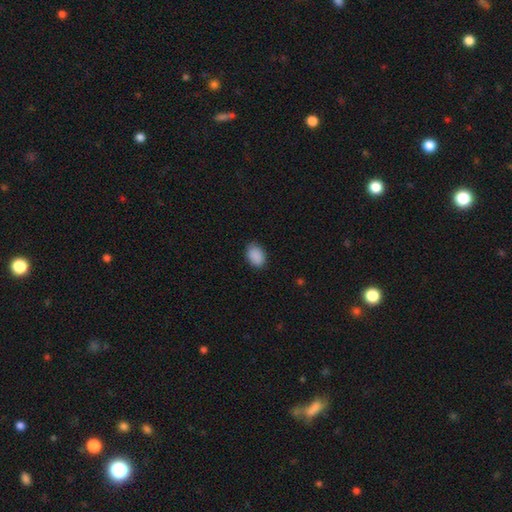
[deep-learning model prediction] smooth-or-featured: smooth: 89% | star or artifact: 8% | featured or disk: 3%
  how-rounded: in between: 84% | round: 15% | cigar-shaped: 1%
  merging: none: 84% | minor disturbance: 12% | major disturbance: 2% | merger: 1%